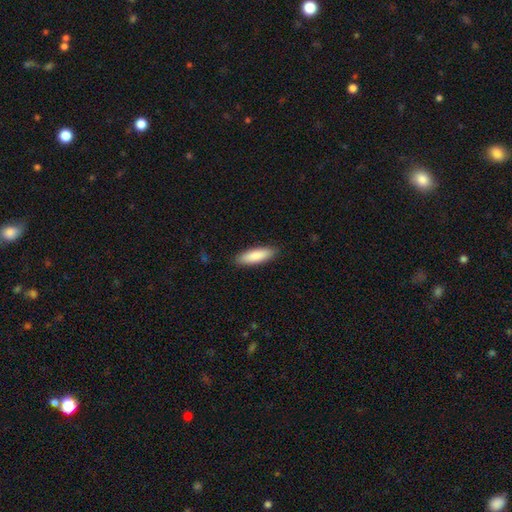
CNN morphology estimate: A smooth galaxy with no disk features (87%) that is cigar-shaped (54%). Merging: none (89%).